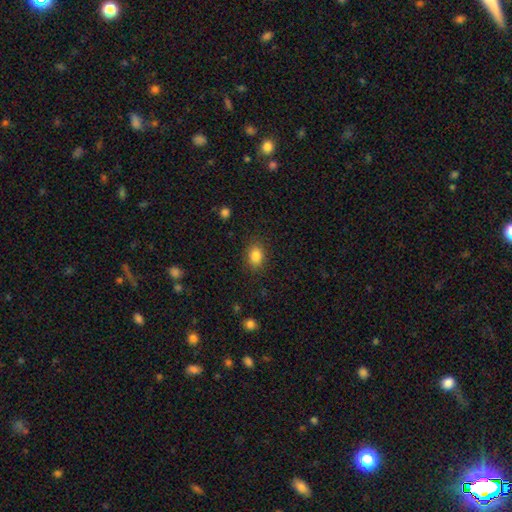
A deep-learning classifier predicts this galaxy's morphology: The model was most divided on "how rounded": in between: 62%, round: 37%, cigar-shaped: 1%. More confident: merging — none (86%); smooth or featured — smooth (85%).